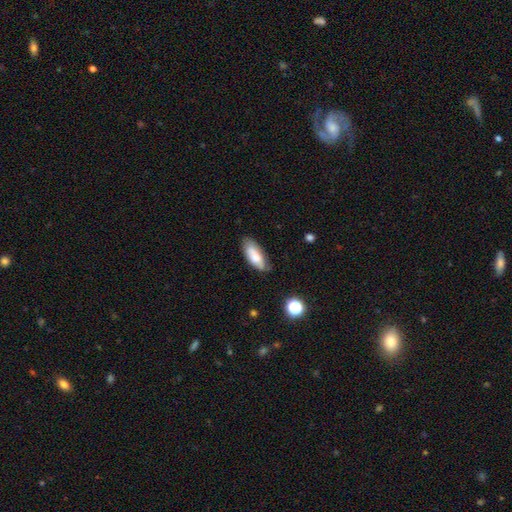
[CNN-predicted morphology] smooth-or-featured: smooth: 74% | featured or disk: 19% | star or artifact: 7%
  how-rounded: in between: 76% | cigar-shaped: 22% | round: 2%
  merging: none: 73% | minor disturbance: 21% | major disturbance: 4% | merger: 2%